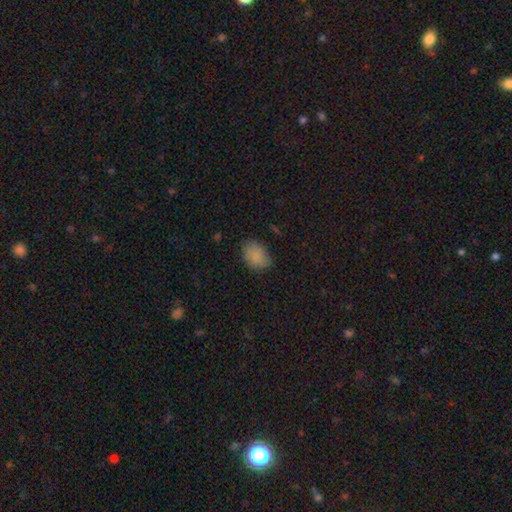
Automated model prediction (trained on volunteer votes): smooth 83%, star or artifact 10%, featured or disk 7%. Down the decision tree: how rounded — in between (79%); merging — none (70%).